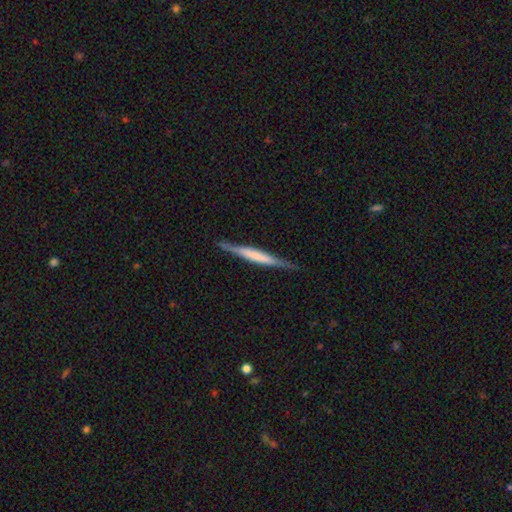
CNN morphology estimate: smooth-or-featured: featured or disk: 57% | smooth: 38% | star or artifact: 5%
  disk-edge-on: yes: 97% | no: 3%
    edge-on-bulge: none: 43% | boxy: 36% | rounded: 21%
  merging: none: 84% | minor disturbance: 12% | major disturbance: 2% | merger: 1%